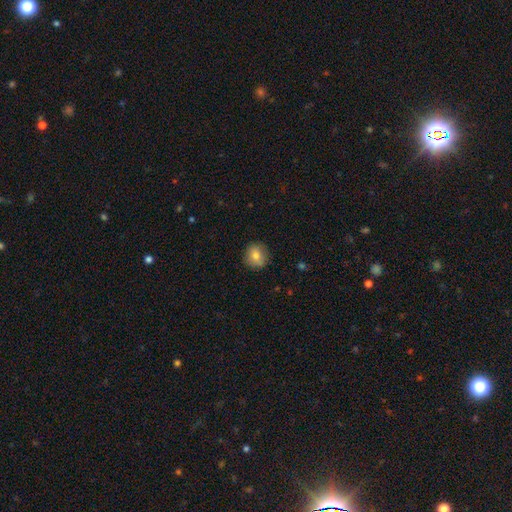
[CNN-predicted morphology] Smooth or featured: smooth — 79% (featured or disk — 12%)
How rounded: round — 86% (in between — 13%)
Merging: none — 86% (minor disturbance — 10%)